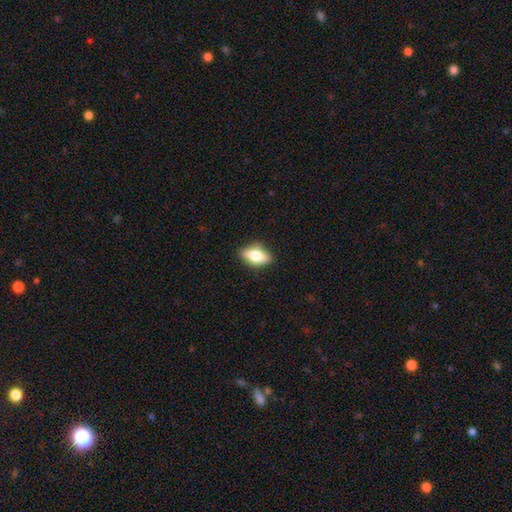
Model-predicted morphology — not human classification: Overall: smooth (69%). How rounded: in between (84%). Merging: none (82%).